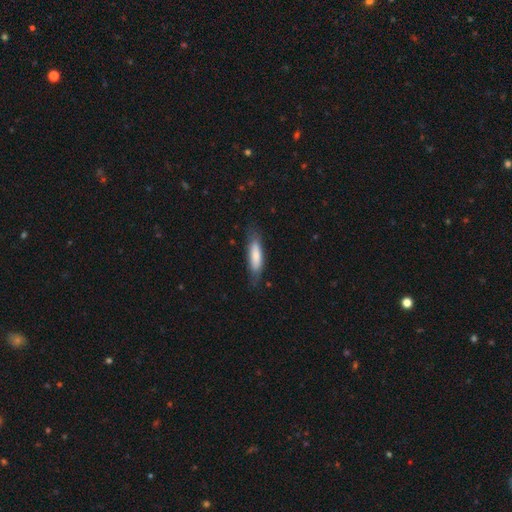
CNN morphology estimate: A smooth galaxy with no disk features (75%) that is cigar-shaped (61%). Merging: none (72%).